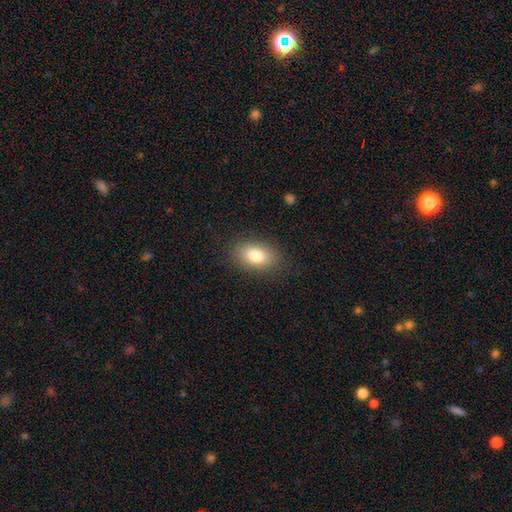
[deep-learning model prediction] smooth 82%, featured or disk 10%, star or artifact 8%. Down the decision tree: how rounded — in between (88%); merging — none (86%).